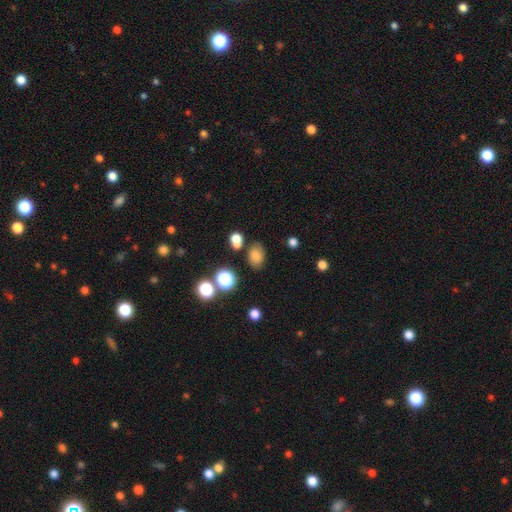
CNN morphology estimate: A smooth galaxy with no disk features (75%) that is in between round and cigar-shaped (74%). Merging: none (72%).